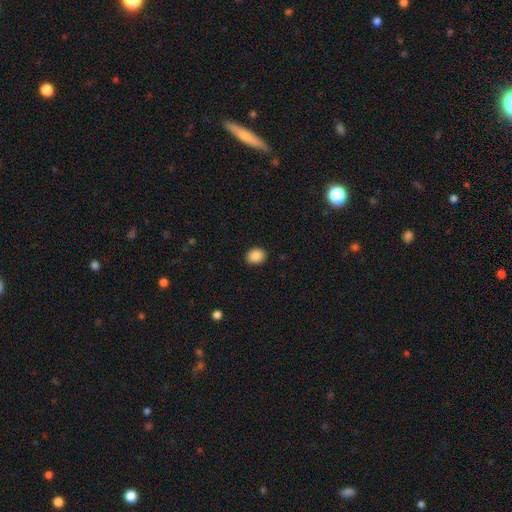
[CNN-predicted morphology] smooth-or-featured: smooth: 88% | star or artifact: 9% | featured or disk: 3%
  how-rounded: round: 56% | in between: 43% | cigar-shaped: 1%
  merging: none: 90% | minor disturbance: 7% | major disturbance: 2% | merger: 1%